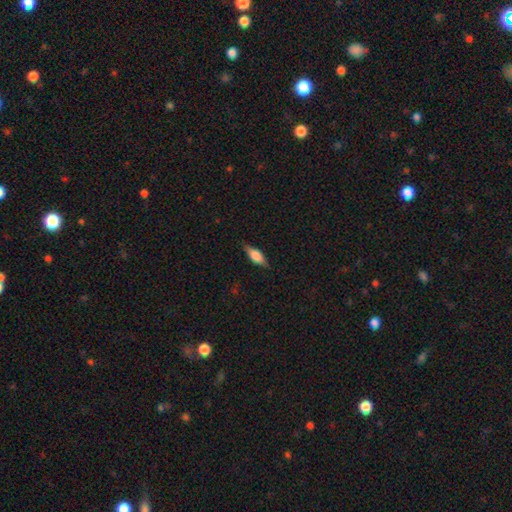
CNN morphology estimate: type=smooth (59%); roundness=in between (69%); merging=none (82%).